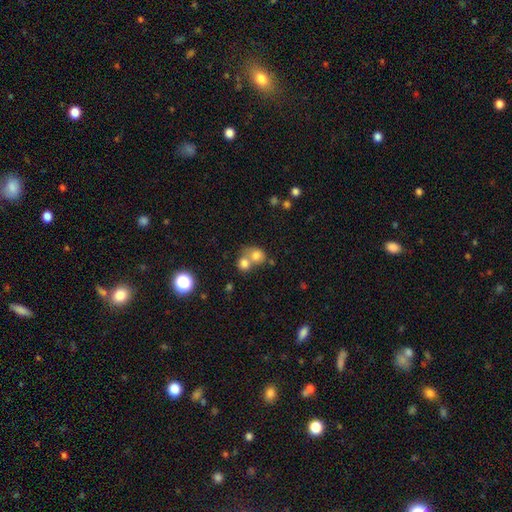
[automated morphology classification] Smooth or featured: smooth — 75% (featured or disk — 13%)
How rounded: round — 66% (in between — 33%)
Merging: merger — 62% (none — 28%)